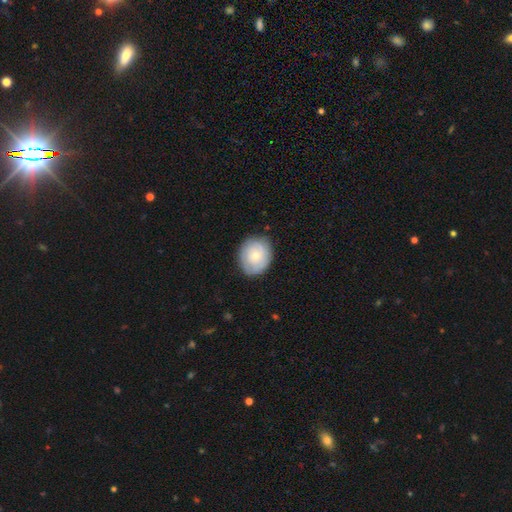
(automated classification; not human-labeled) Overall: smooth (52%; featured or disk 42%). How rounded: round (62%; in between 38%). Merging: none (79%).